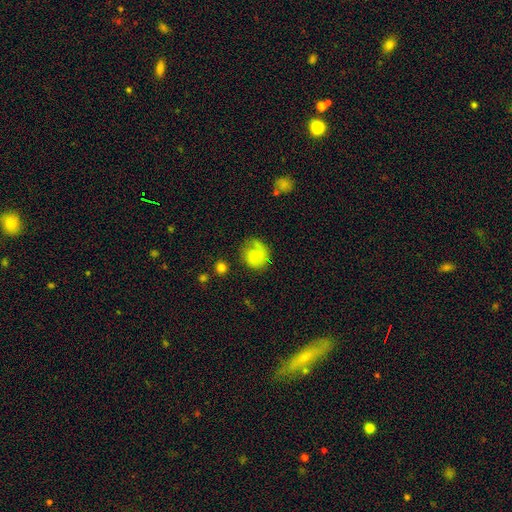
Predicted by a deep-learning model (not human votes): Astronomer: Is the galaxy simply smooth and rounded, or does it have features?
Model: smooth — 65%.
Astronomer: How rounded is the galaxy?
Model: round — 73%.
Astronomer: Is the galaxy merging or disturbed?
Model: none — 52%.